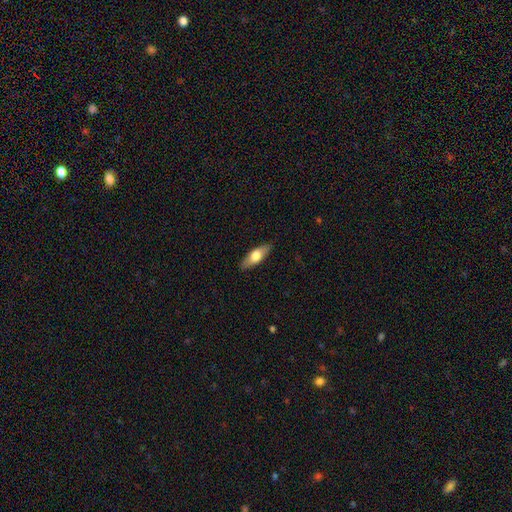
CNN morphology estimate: Smooth or featured?
  - smooth: 64% *
  - featured or disk: 30%
  - star or artifact: 6%
How rounded?
  - in between: 63% *
  - cigar-shaped: 34%
  - round: 3%
Merging?
  - none: 87% *
  - minor disturbance: 10%
  - major disturbance: 2%
  - merger: 1%